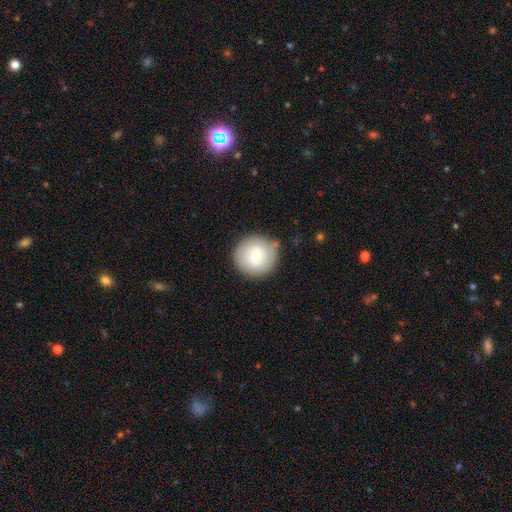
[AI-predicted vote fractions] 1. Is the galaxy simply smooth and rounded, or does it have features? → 69% smooth, 24% featured or disk, 7% star or artifact.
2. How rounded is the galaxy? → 94% round, 5% in between, 1% cigar-shaped.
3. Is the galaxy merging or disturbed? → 78% none, 15% minor disturbance, 4% major disturbance, 3% merger.